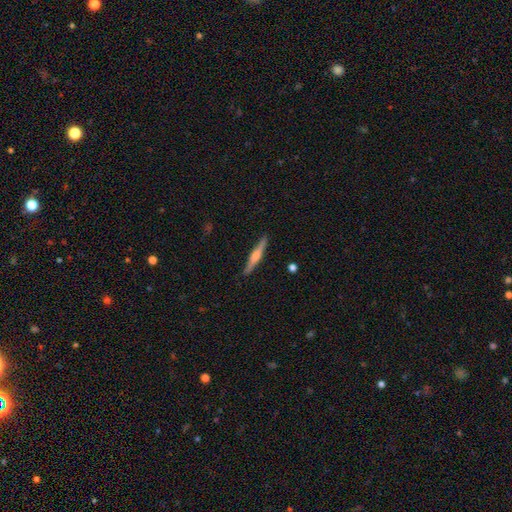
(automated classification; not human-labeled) A featured or disk galaxy (63%) viewed edge-on (98%) with a rounded central bulge (71%). Merging: none (90%).